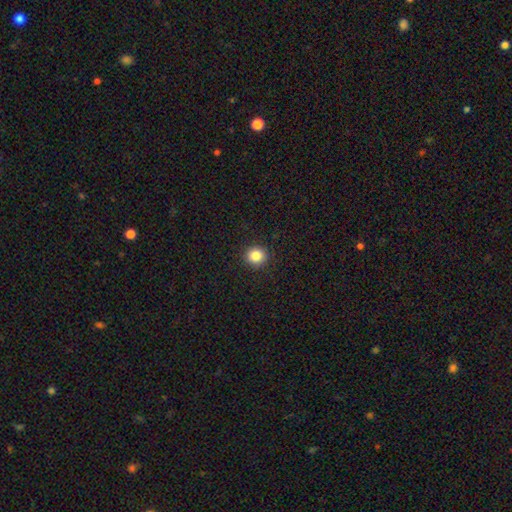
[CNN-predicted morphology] Smooth or featured?
  - smooth: 85% *
  - star or artifact: 10%
  - featured or disk: 5%
How rounded?
  - round: 89% *
  - in between: 11%
  - cigar-shaped: 1%
Merging?
  - none: 92% *
  - minor disturbance: 6%
  - major disturbance: 2%
  - merger: 1%